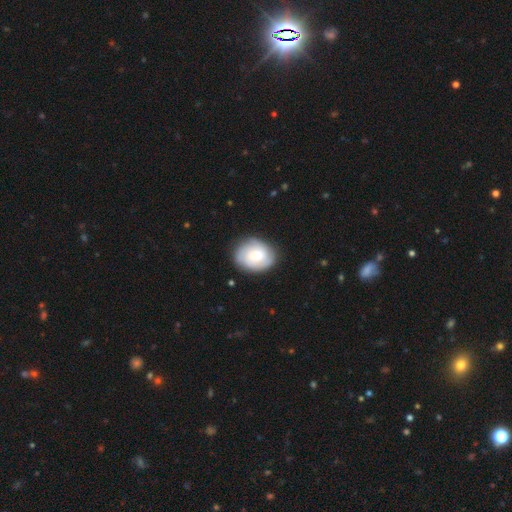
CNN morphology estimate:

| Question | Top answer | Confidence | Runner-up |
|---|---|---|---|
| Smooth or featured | smooth | 57% | featured or disk (37%) |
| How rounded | in between | 57% | round (42%) |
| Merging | none | 79% | minor disturbance (15%) |